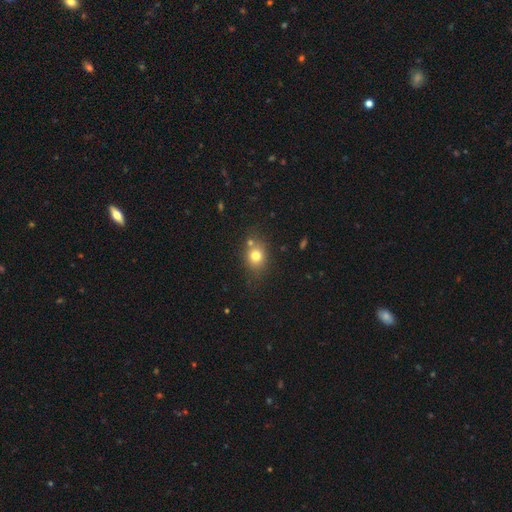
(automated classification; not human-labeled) Morphology: type=smooth (76%); roundness=round (60%); merging=none (68%).